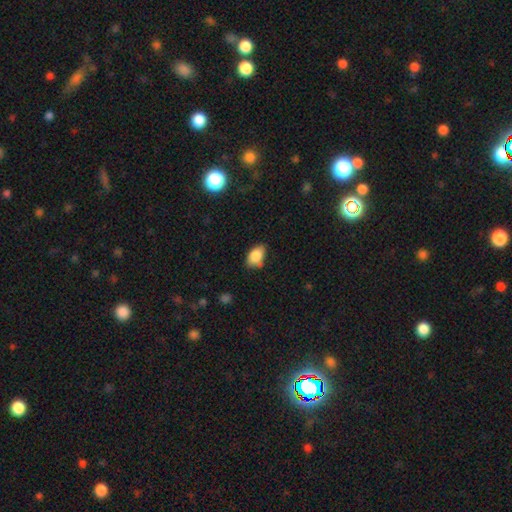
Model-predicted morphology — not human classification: Smooth or featured? Predicted: smooth (p=0.85). How rounded? Predicted: in between (p=0.87). Merging? Predicted: none (p=0.64).